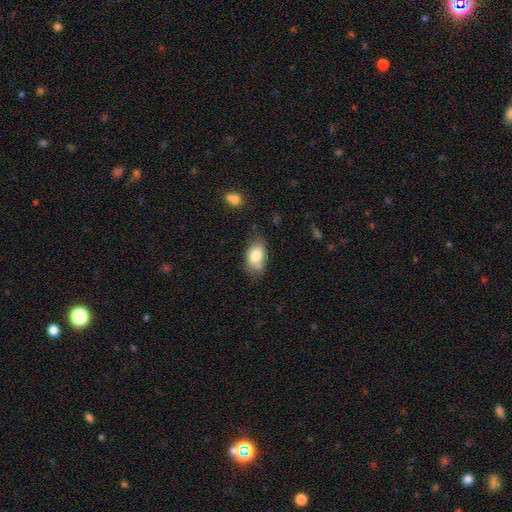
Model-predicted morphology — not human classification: Q: Smooth or featured?
A: smooth (80%); runner-up: featured or disk (12%)
Q: How rounded?
A: in between (89%); runner-up: round (9%)
Q: Merging?
A: none (60%); runner-up: minor disturbance (27%)